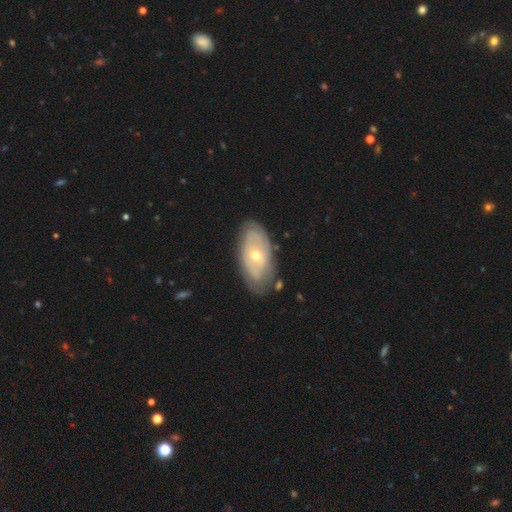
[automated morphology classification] featured or disk 67%, smooth 28%, star or artifact 5%. Down the decision tree: edge-on disk — no (91%); bar — no (76%); spiral arms — yes (60%); bulge size — moderate (60%); merging — none (75%).